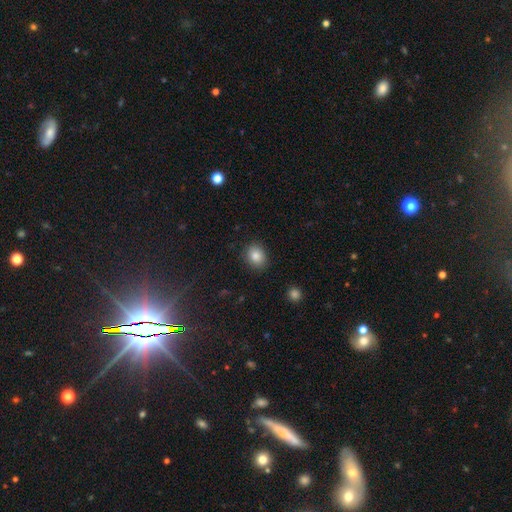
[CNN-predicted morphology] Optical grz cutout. It shows a smooth galaxy with no disk features (85%) that is round (54%). Merging: none (87%).